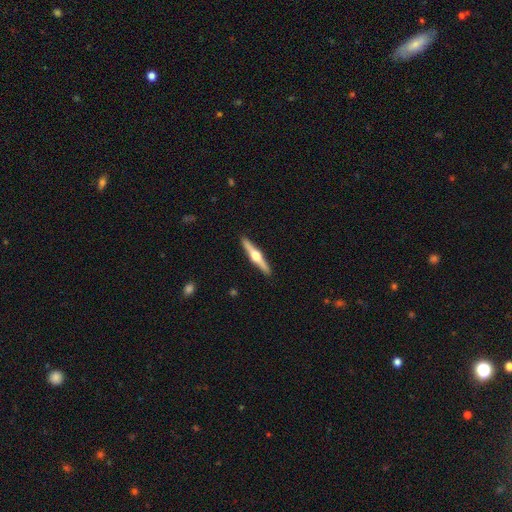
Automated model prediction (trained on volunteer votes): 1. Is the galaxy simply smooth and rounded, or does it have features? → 71% featured or disk, 24% smooth, 5% star or artifact.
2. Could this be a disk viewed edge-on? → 98% yes, 2% no.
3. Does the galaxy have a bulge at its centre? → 96% rounded, 2% boxy, 2% none.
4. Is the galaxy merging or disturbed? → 92% none, 6% minor disturbance, 1% major disturbance, 1% merger.